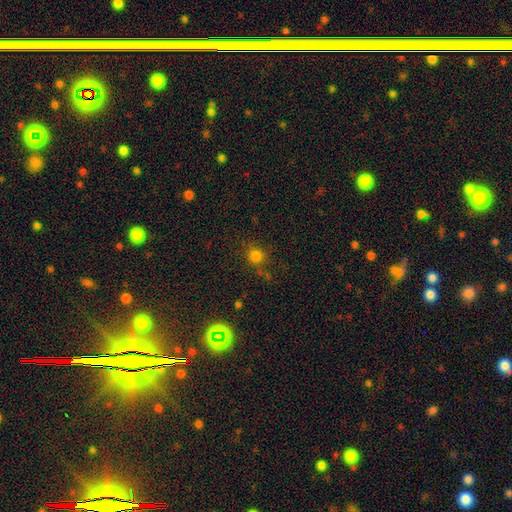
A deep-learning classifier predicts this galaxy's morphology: Q: Smooth or featured?
A: smooth (76%); runner-up: star or artifact (18%)
Q: How rounded?
A: round (90%); runner-up: in between (9%)
Q: Merging?
A: none (73%); runner-up: minor disturbance (14%)